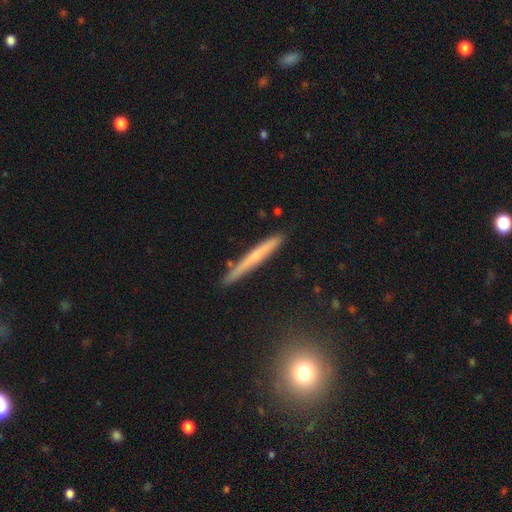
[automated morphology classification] A smooth galaxy with no disk features (47%). Merging: none (87%).